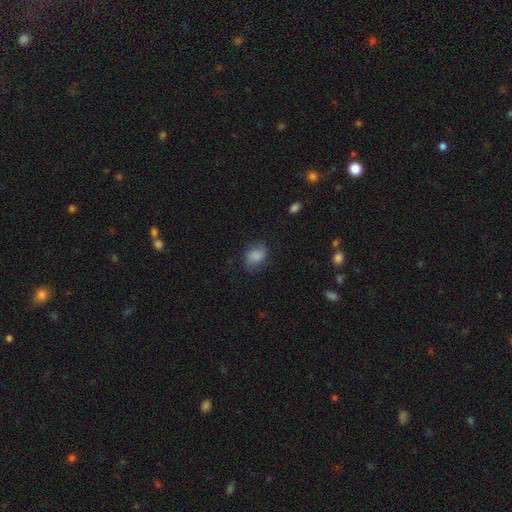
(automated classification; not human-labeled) Morphology: type=smooth (75%); roundness=in between (67%); merging=none (67%).